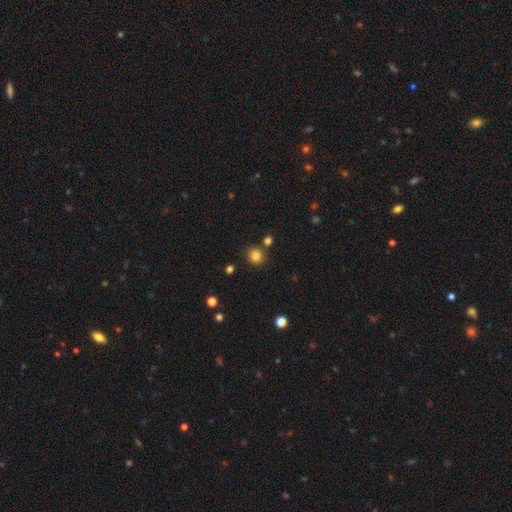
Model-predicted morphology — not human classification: Q: Smooth or featured?
A: smooth (84%); runner-up: star or artifact (12%)
Q: How rounded?
A: round (87%); runner-up: in between (13%)
Q: Merging?
A: none (81%); runner-up: minor disturbance (8%)